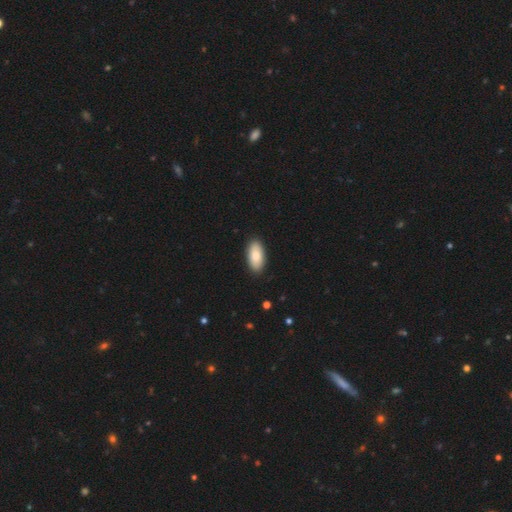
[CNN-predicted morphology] Q: Smooth or featured?
A: smooth (86%); runner-up: featured or disk (8%)
Q: How rounded?
A: in between (93%); runner-up: cigar-shaped (5%)
Q: Merging?
A: none (90%); runner-up: minor disturbance (7%)